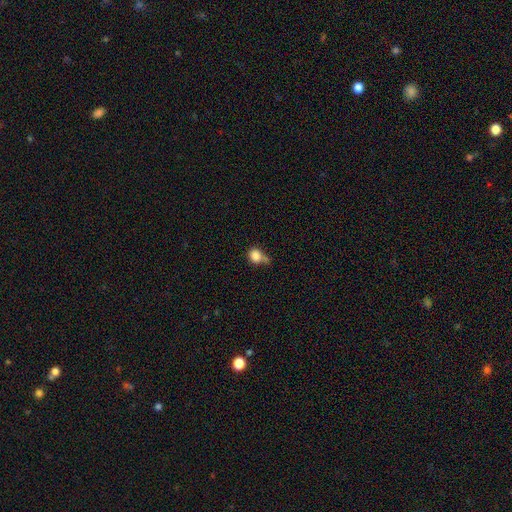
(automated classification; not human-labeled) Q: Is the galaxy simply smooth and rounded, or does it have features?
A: smooth — 84%.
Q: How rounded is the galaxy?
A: round — 69%.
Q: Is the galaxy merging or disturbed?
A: none — 41%.